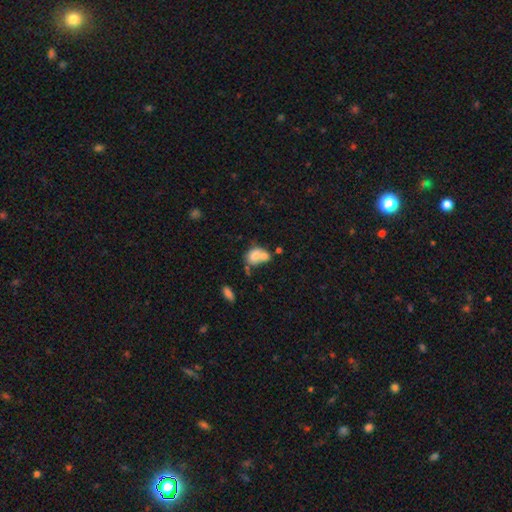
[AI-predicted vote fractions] Smooth or featured? Predicted: smooth (p=0.71). How rounded? Predicted: in between (p=0.60). Merging? Predicted: merger (p=0.58).